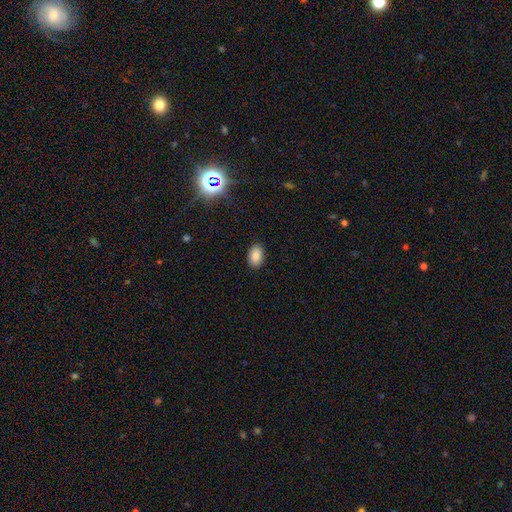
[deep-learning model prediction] smooth-or-featured: smooth: 86% | star or artifact: 9% | featured or disk: 5%
  how-rounded: in between: 90% | round: 8% | cigar-shaped: 1%
  merging: none: 89% | minor disturbance: 8% | major disturbance: 2% | merger: 1%